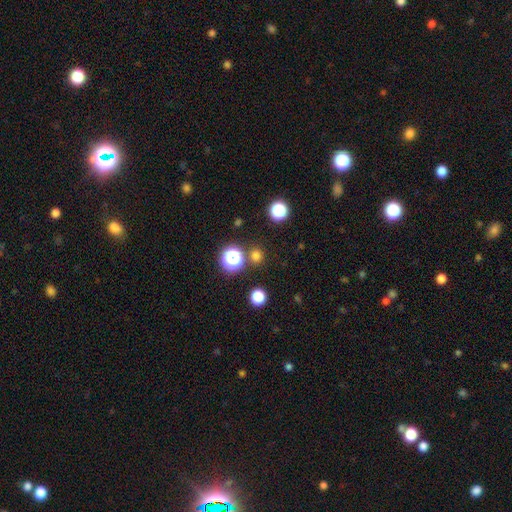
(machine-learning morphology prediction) This appears to be a smooth galaxy with no disk features (71%) that is round (91%). Merging: none (84%).